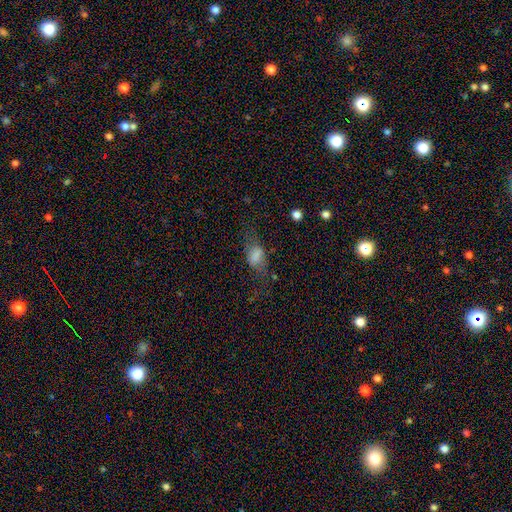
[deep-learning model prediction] This appears to be a smooth galaxy with no disk features (61%) that is in between round and cigar-shaped (81%). Merging: none (44%).